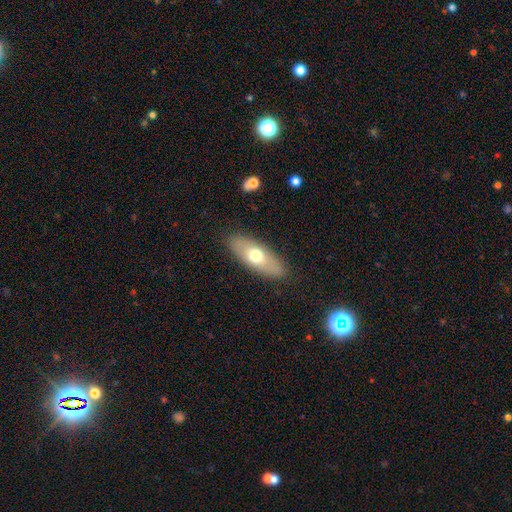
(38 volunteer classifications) smooth 47% (tied), featured or disk 47% (tied), star or artifact 5%. Down the decision tree: how rounded — in between (50%, tied with cigar-shaped); merging — none (92%).